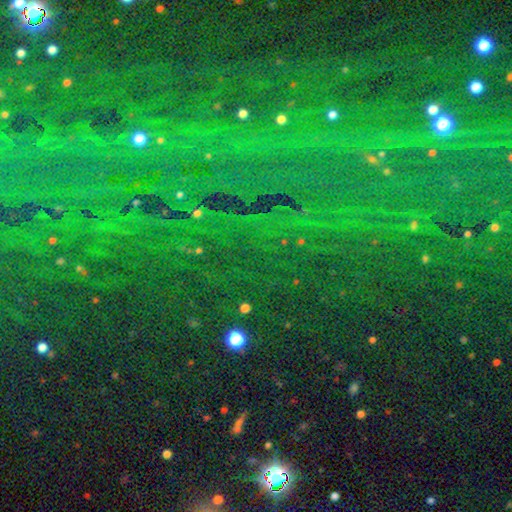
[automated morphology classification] Smooth or featured: star or artifact — 84% (smooth — 9%)